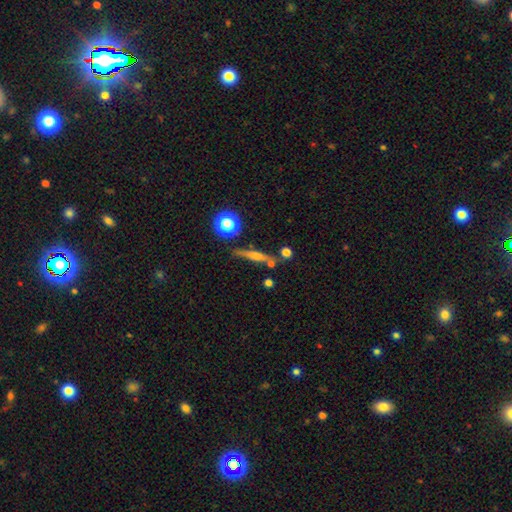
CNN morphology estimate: Q: Smooth or featured?
A: featured or disk (52%); runner-up: smooth (36%)
Q: Edge-on disk?
A: yes (93%); runner-up: no (7%)
Q: Merging?
A: none (76%); runner-up: minor disturbance (12%)